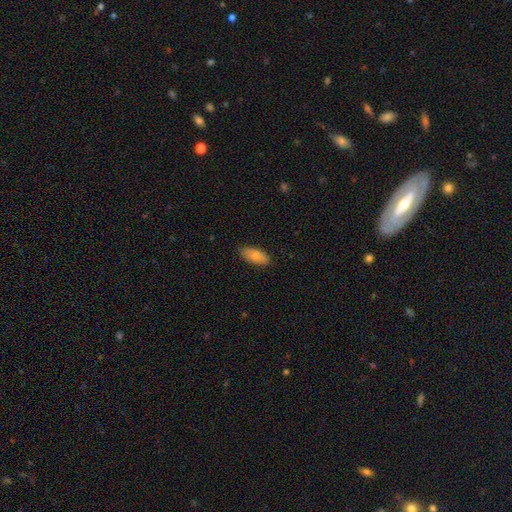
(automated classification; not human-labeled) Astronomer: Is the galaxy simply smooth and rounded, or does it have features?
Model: smooth — 83%.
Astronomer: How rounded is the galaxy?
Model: in between — 89%.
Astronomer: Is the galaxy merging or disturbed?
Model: none — 86%.